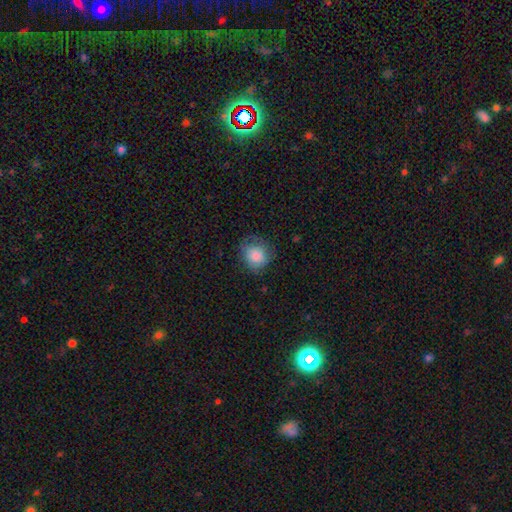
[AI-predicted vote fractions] Smooth or featured? Predicted: smooth (p=0.83). How rounded? Predicted: round (p=0.75). Merging? Predicted: none (p=0.65).